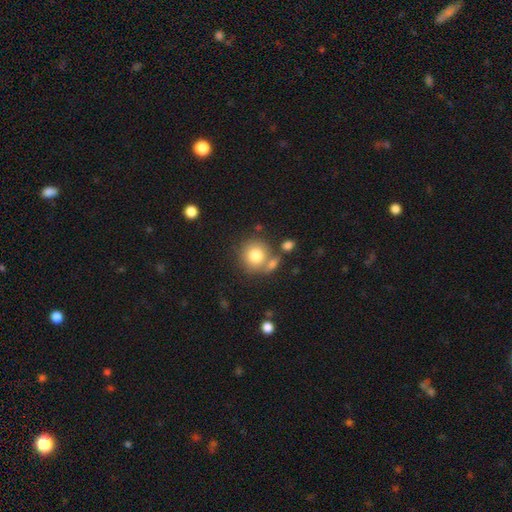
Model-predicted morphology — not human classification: The model was most divided on "merging": none: 62%, merger: 22%, minor disturbance: 12%, major disturbance: 5%. More confident: how rounded — round (88%); smooth or featured — smooth (80%).